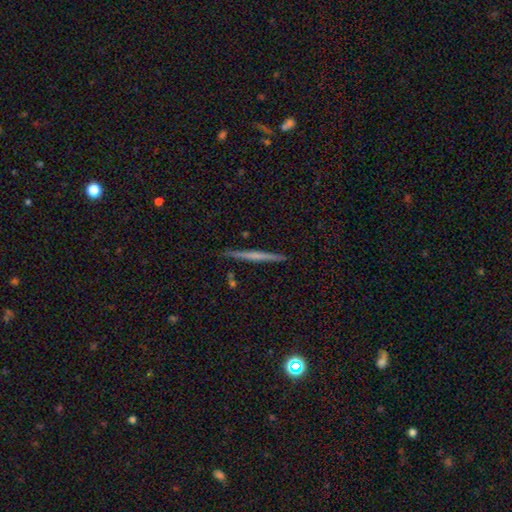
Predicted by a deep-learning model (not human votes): featured or disk 55%, smooth 38%, star or artifact 6%. Down the decision tree: edge-on disk — yes (98%); edge-on bulge — none (70%); merging — none (91%).